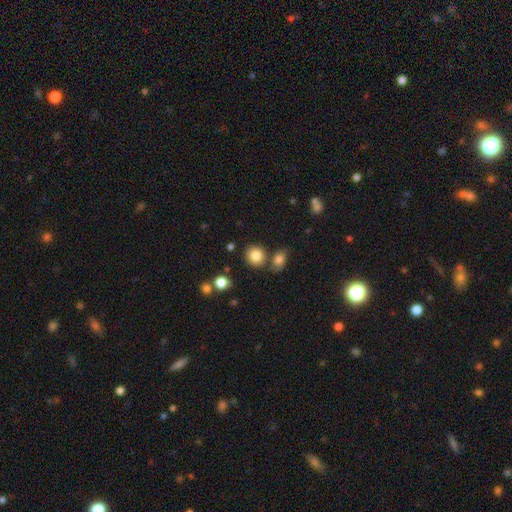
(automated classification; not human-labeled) This is clearly a smooth galaxy (84%). How rounded: clearly round (81%). Merging: likely none (74%).